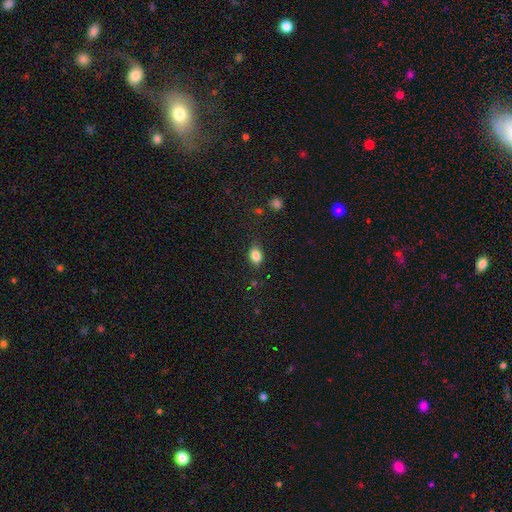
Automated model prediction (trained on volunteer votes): The model was most divided on "how rounded": in between: 75%, round: 23%, cigar-shaped: 2%. More confident: smooth or featured — smooth (85%); merging — none (76%).